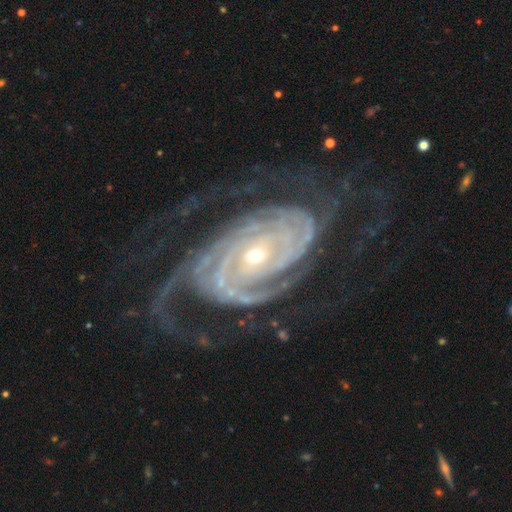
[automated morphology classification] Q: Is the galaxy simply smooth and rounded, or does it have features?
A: featured or disk — 93%.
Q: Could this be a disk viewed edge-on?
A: no — 97%.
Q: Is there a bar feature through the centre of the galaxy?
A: no — 56%.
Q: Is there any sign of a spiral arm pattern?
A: yes — 99%.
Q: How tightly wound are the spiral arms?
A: tight — 76%.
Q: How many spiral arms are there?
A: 2 — 28%.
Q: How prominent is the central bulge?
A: small — 58%.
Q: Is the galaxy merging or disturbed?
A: none — 67%.